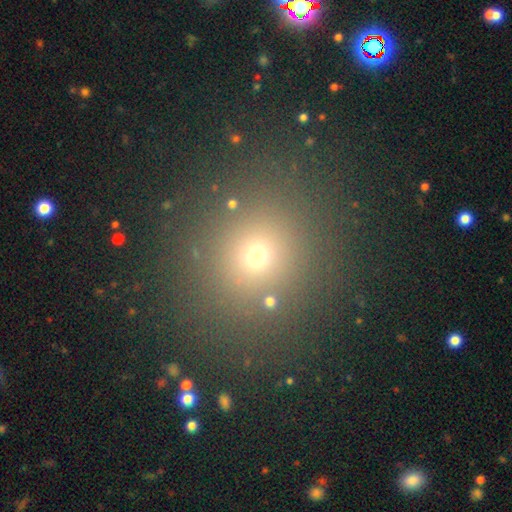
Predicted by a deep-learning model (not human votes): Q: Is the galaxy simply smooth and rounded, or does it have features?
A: smooth — 63%.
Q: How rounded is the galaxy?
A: round — 89%.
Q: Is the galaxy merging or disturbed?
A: none — 88%.